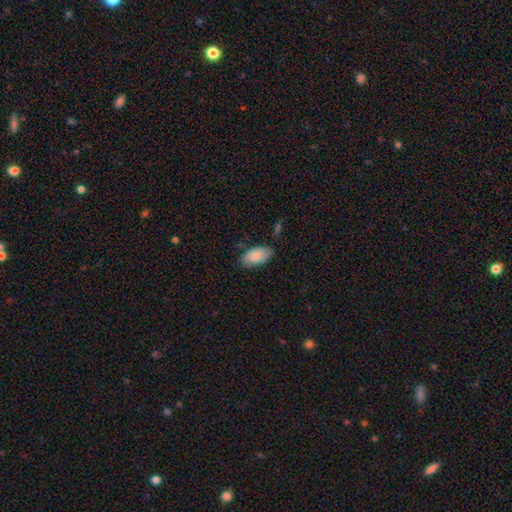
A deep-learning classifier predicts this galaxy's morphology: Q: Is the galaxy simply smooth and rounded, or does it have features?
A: smooth — 84%.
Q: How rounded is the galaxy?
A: in between — 95%.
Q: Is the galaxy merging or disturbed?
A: none — 78%.